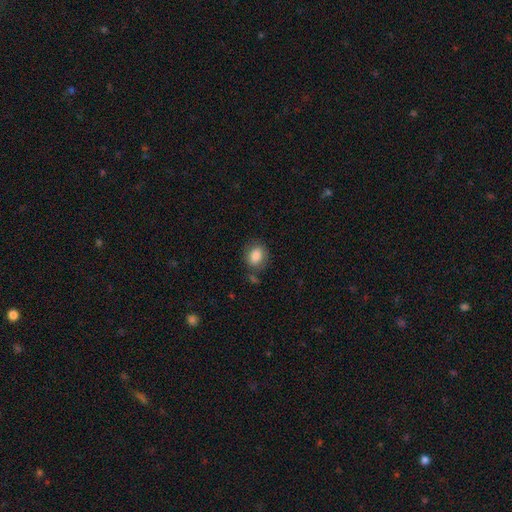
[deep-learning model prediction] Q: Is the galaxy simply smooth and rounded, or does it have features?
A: smooth — 84%.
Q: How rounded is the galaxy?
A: in between — 53%.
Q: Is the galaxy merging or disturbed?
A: none — 73%.